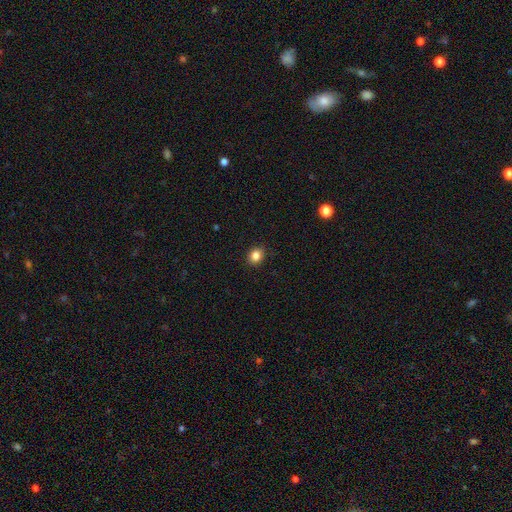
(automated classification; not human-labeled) This is clearly a smooth galaxy (84%). How rounded: likely round (66%). Merging: clearly none (91%).